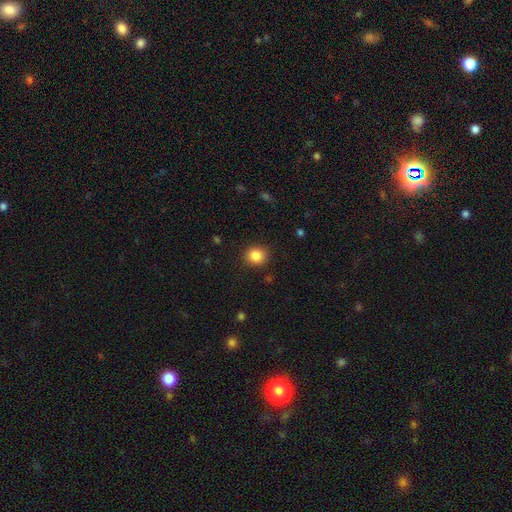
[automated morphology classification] Smooth or featured: smooth — 86% (star or artifact — 10%)
How rounded: round — 79% (in between — 20%)
Merging: none — 89% (minor disturbance — 8%)